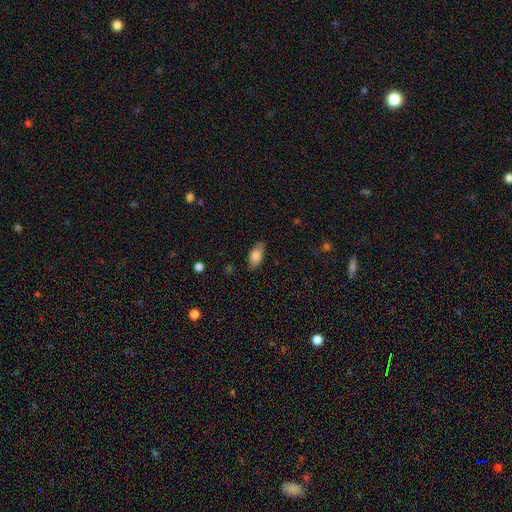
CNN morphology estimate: The model was most divided on "merging": none: 79%, minor disturbance: 16%, major disturbance: 3%, merger: 1%. More confident: how rounded — in between (88%); smooth or featured — smooth (83%).